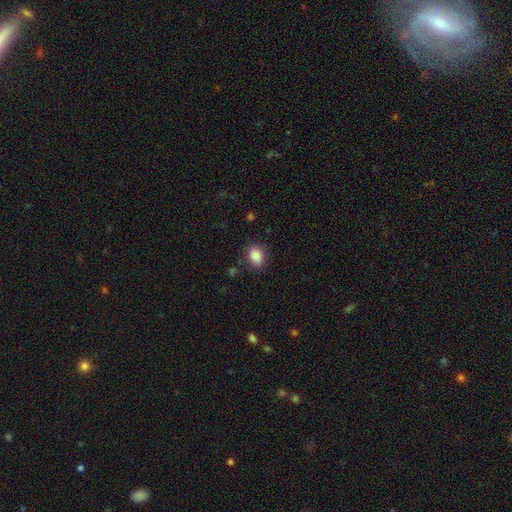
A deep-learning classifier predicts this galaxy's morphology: The model was most divided on "how rounded": in between: 61%, round: 38%, cigar-shaped: 1%. More confident: smooth or featured — smooth (87%); merging — none (83%).